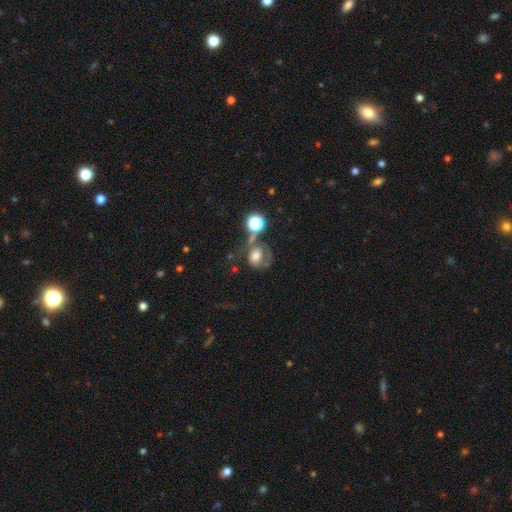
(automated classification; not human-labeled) A smooth galaxy with no disk features (46%). Merging: major disturbance (33%).